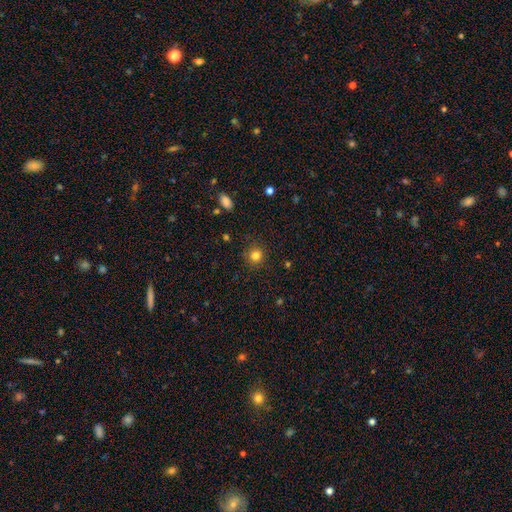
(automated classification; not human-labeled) This is clearly a smooth galaxy (81%). How rounded: clearly round (91%). Merging: clearly none (87%).